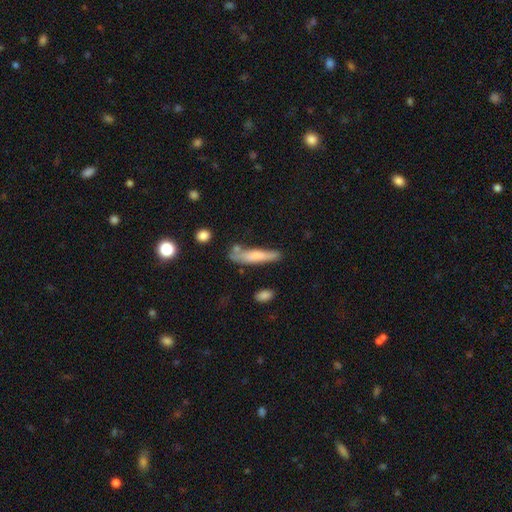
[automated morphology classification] type=smooth (67%); roundness=cigar-shaped (86%); merging=none (66%).